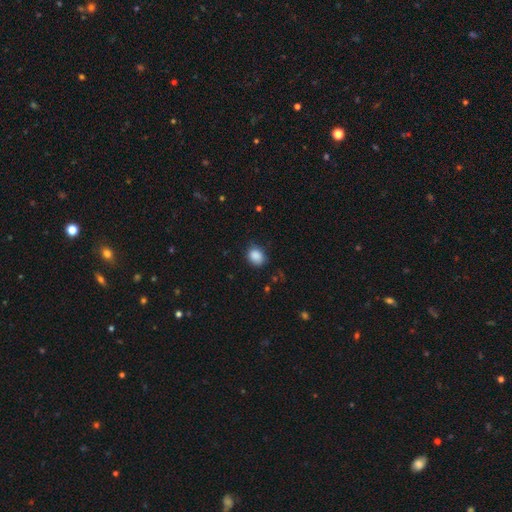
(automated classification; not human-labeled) This is clearly a smooth galaxy (88%). How rounded: possibly round (55%). Merging: likely none (75%).